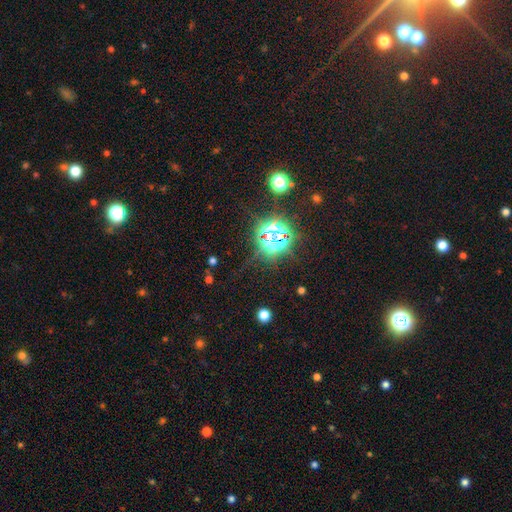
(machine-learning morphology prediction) This is likely a star or artifact rather than a galaxy (77%).